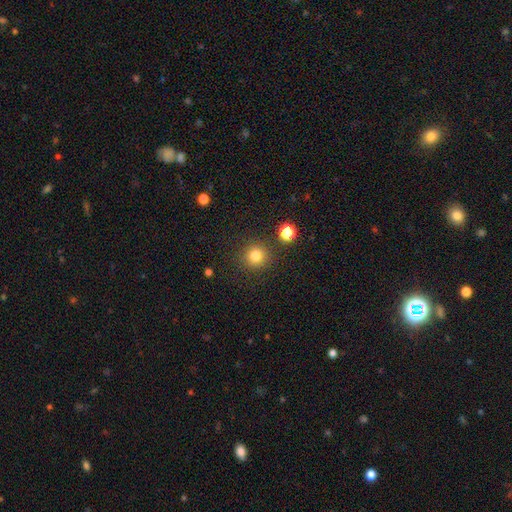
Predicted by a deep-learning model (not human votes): Smooth or featured? smooth (81%)
How rounded? round (93%)
Merging? none (87%)